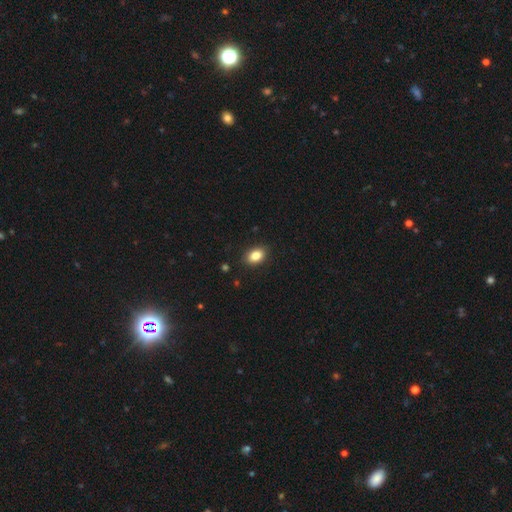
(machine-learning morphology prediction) Smooth or featured? smooth (85%)
How rounded? in between (82%)
Merging? none (88%)